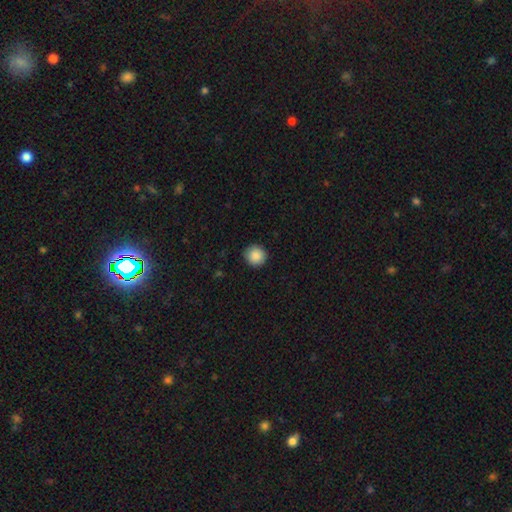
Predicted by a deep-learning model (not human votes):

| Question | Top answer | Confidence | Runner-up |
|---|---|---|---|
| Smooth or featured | smooth | 89% | star or artifact (8%) |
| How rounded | round | 94% | in between (5%) |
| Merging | none | 91% | minor disturbance (6%) |